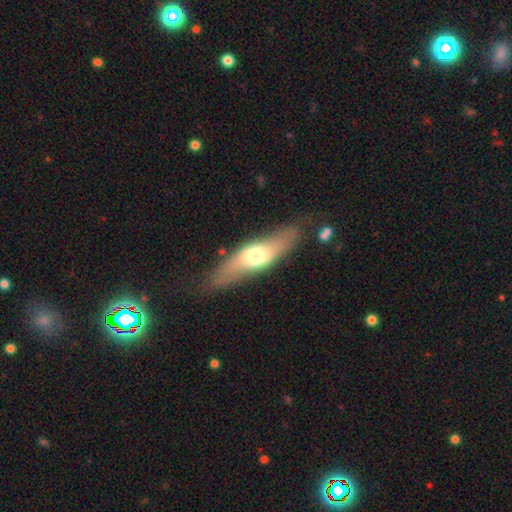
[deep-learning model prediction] A smooth galaxy with no disk features (51%) that is cigar-shaped (54%).

Vote fractions:
- Smooth or featured? smooth: 51% / featured or disk: 43% / star or artifact: 6%
- How rounded? cigar-shaped: 54% / in between: 43% / round: 3%
- Merging? none: 78% / minor disturbance: 14% / major disturbance: 5% / merger: 2%